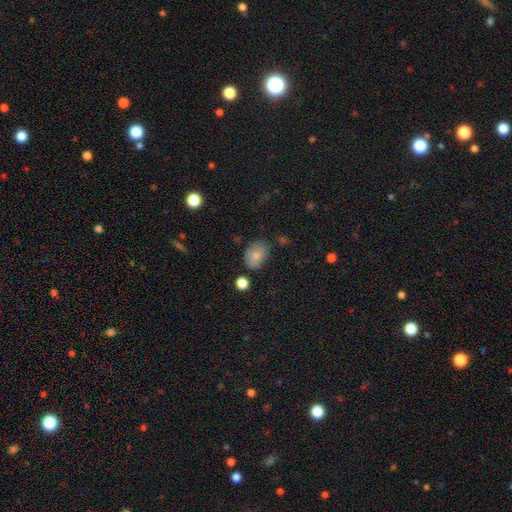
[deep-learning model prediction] This is clearly a smooth galaxy (80%). How rounded: likely in between (74%). Merging: likely none (64%).